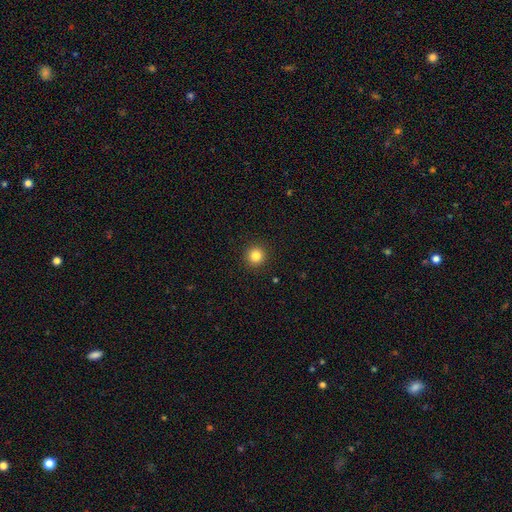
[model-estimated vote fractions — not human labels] Smooth or featured? smooth (83%)
How rounded? round (95%)
Merging? none (93%)